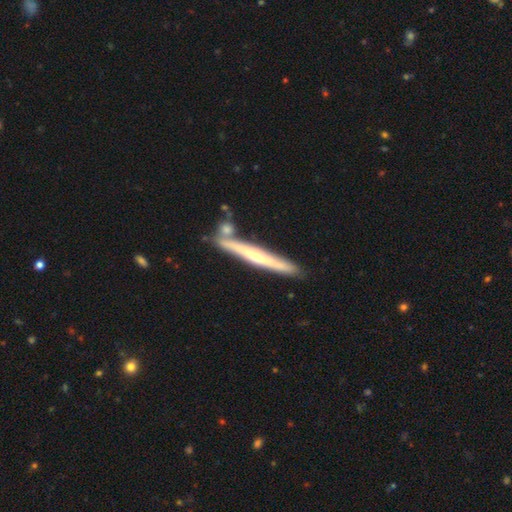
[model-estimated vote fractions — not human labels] Smooth or featured? Predicted: featured or disk (p=0.60). Edge-on disk? Predicted: yes (p=0.94). Edge-on bulge? Predicted: rounded (p=0.53). Merging? Predicted: none (p=0.73).